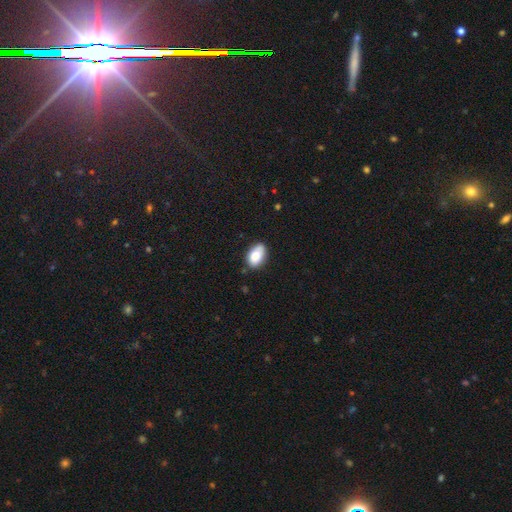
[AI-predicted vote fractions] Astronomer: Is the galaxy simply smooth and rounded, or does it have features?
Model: smooth — 86%.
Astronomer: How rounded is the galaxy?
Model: in between — 92%.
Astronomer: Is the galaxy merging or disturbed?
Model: none — 76%.